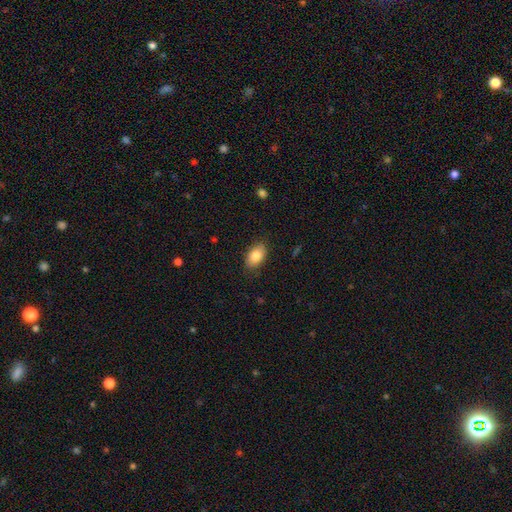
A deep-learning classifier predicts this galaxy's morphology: The model was most divided on "merging": none: 85%, minor disturbance: 11%, major disturbance: 3%, merger: 1%. More confident: how rounded — in between (91%); smooth or featured — smooth (85%).